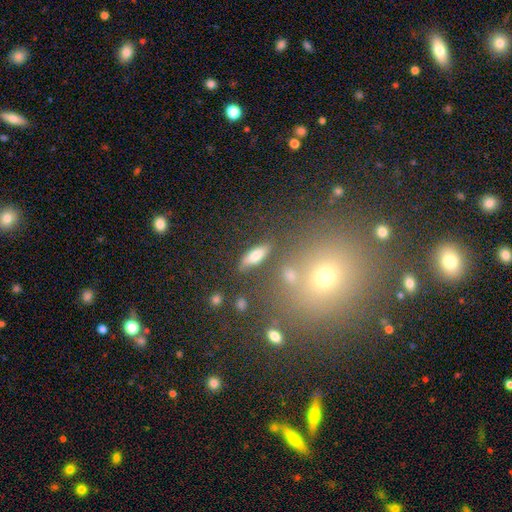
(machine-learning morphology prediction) smooth 72%, featured or disk 19%, star or artifact 10%. Down the decision tree: how rounded — in between (59%); merging — none (76%).